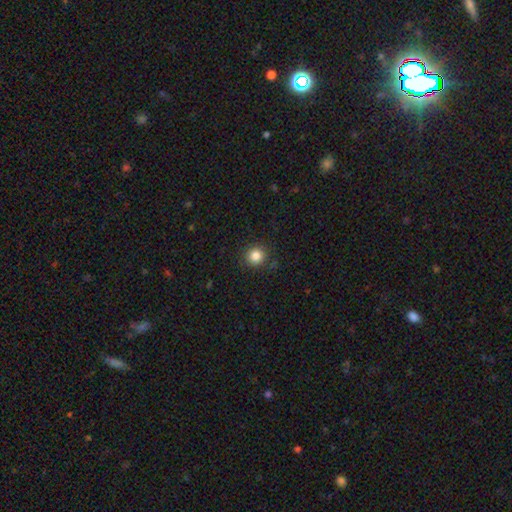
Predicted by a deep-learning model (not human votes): This is clearly a smooth galaxy (84%). How rounded: clearly round (90%). Merging: clearly none (89%).